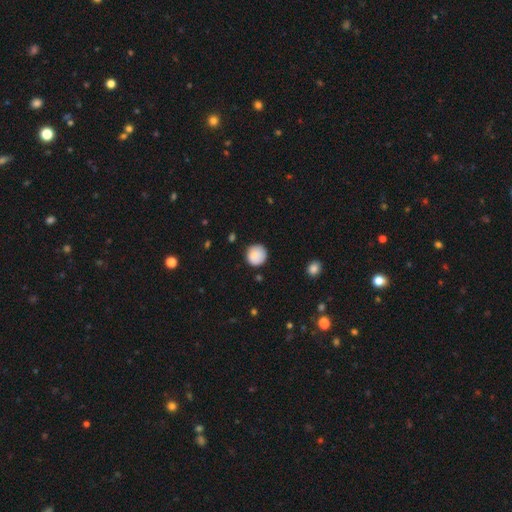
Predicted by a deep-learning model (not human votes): Smooth or featured? Predicted: smooth (p=0.87). How rounded? Predicted: round (p=0.93). Merging? Predicted: none (p=0.84).